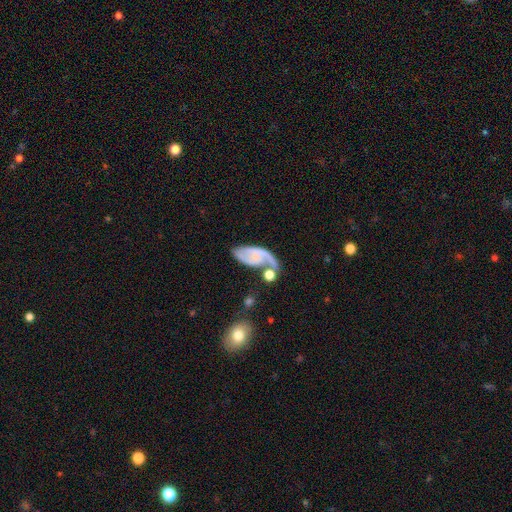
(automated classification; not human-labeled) The model was most divided on "spiral winding": medium: 43%, loose: 30%, tight: 27%. Remaining: edge-on disk — no (96%); spiral arms — yes (91%); smooth or featured — featured or disk (76%); spiral arm count — 2 (65%); bar — no (60%); bulge size — small (55%); merging — none (40%).